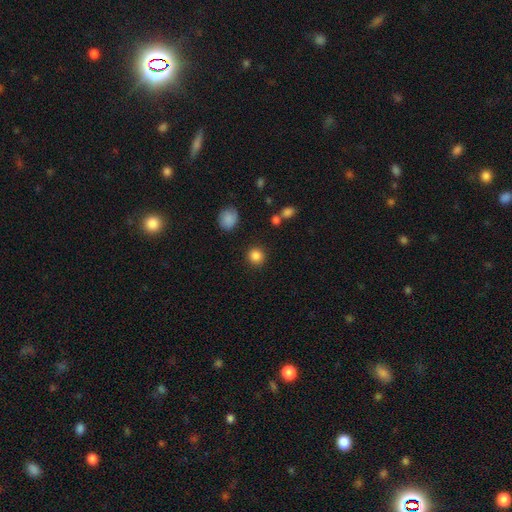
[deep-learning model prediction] Smooth or featured: smooth — 85% (star or artifact — 11%)
How rounded: round — 92% (in between — 7%)
Merging: none — 88% (minor disturbance — 6%)